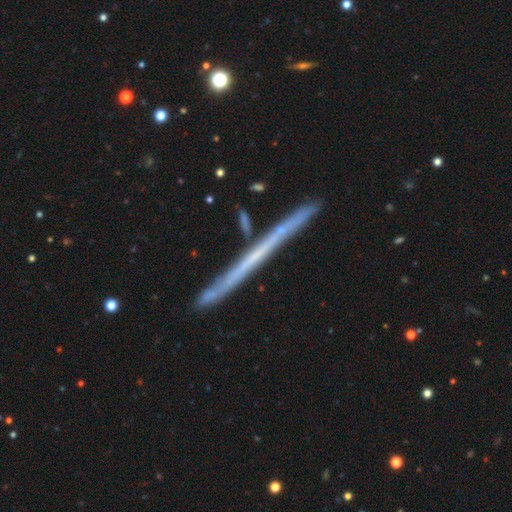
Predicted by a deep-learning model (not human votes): The model was most divided on "smooth or featured": featured or disk: 62%, smooth: 31%, star or artifact: 7%. More confident: edge-on disk — yes (97%); edge-on bulge — none (93%); merging — none (88%).